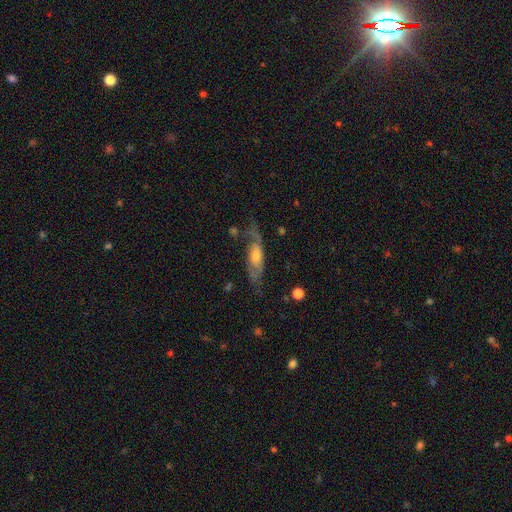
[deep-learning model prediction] Q: Smooth or featured?
A: featured or disk (66%); runner-up: smooth (26%)
Q: Edge-on disk?
A: no (71%); runner-up: yes (29%)
Q: Merging?
A: none (53%); runner-up: minor disturbance (24%)